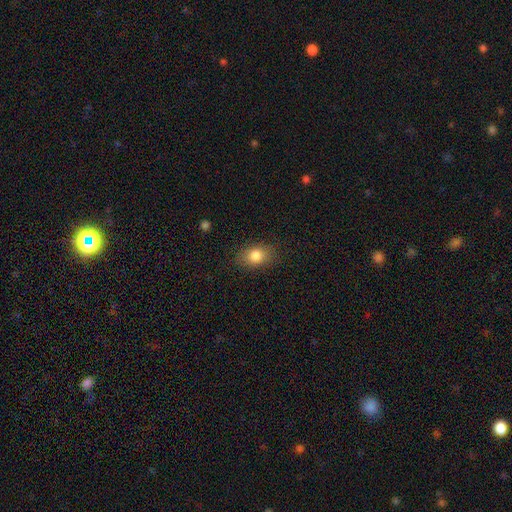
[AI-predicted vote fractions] A smooth galaxy with no disk features (83%) that is in between round and cigar-shaped (76%).

Vote fractions:
- Smooth or featured? smooth: 83% / star or artifact: 9% / featured or disk: 8%
- How rounded? in between: 76% / round: 22% / cigar-shaped: 2%
- Merging? none: 84% / minor disturbance: 12% / major disturbance: 3% / merger: 1%